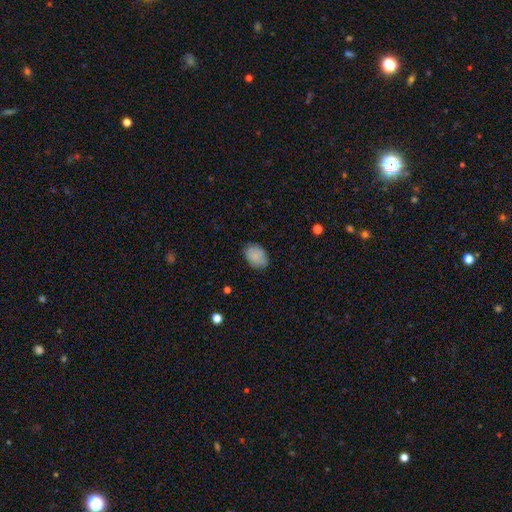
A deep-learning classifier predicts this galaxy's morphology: Smooth or featured: smooth — 85% (star or artifact — 8%)
How rounded: in between — 78% (round — 21%)
Merging: none — 79% (minor disturbance — 17%)